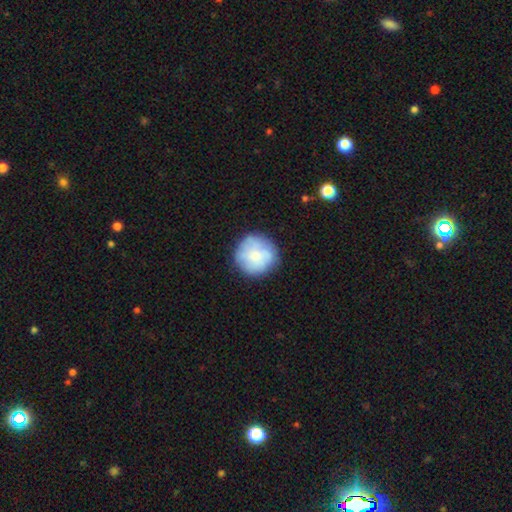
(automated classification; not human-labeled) Morphology: type=smooth (66%); roundness=round (94%); merging=none (77%).